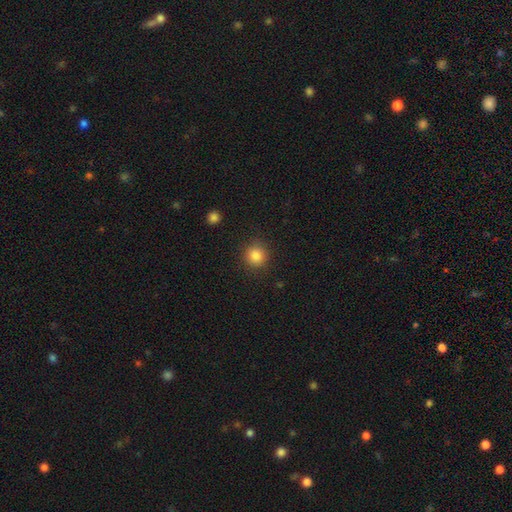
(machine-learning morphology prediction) Smooth or featured: smooth — 84% (star or artifact — 11%)
How rounded: round — 92% (in between — 8%)
Merging: none — 89% (minor disturbance — 7%)